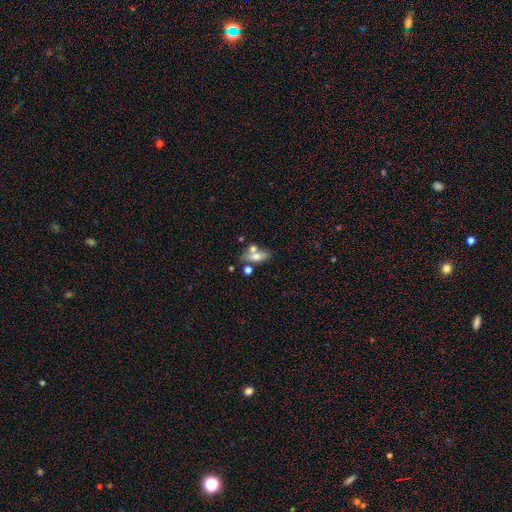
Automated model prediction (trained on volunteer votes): A smooth galaxy with no disk features (66%) that is in between round and cigar-shaped (74%). Merging: none (49%).